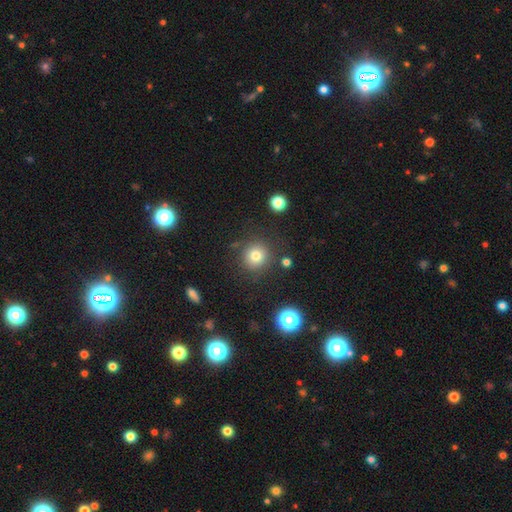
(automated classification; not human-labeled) Smooth or featured: smooth — 79% (star or artifact — 13%)
How rounded: round — 92% (in between — 7%)
Merging: none — 83% (minor disturbance — 10%)